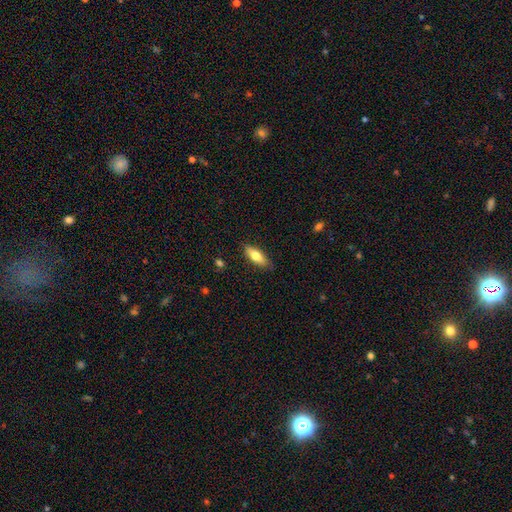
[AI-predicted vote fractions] A smooth galaxy with no disk features (69%) that is in between round and cigar-shaped (64%).

Vote fractions:
- Smooth or featured? smooth: 69% / featured or disk: 24% / star or artifact: 6%
- How rounded? in between: 64% / cigar-shaped: 34% / round: 2%
- Merging? none: 86% / minor disturbance: 11% / major disturbance: 2% / merger: 1%